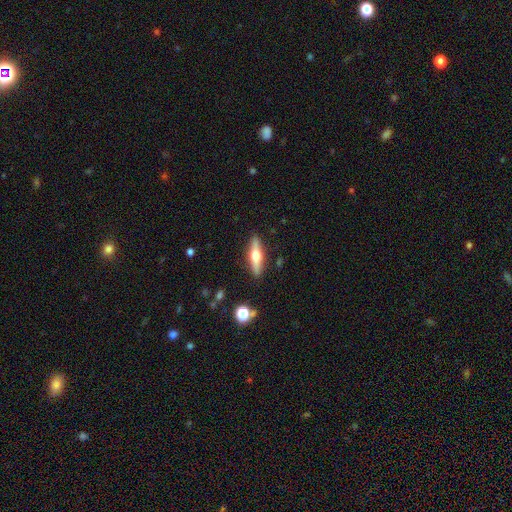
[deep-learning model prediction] Morphology: type=featured or disk (55%); edge-on=yes (94%); edge-on bulge=rounded (94%); merging=none (89%).